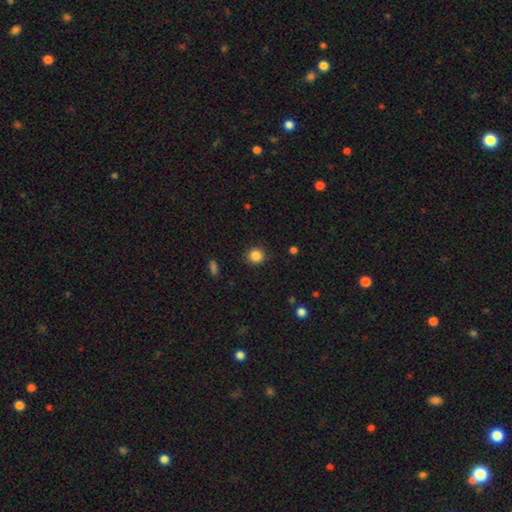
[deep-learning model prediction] Q: Smooth or featured?
A: smooth (85%); runner-up: star or artifact (11%)
Q: How rounded?
A: round (91%); runner-up: in between (8%)
Q: Merging?
A: none (90%); runner-up: minor disturbance (7%)